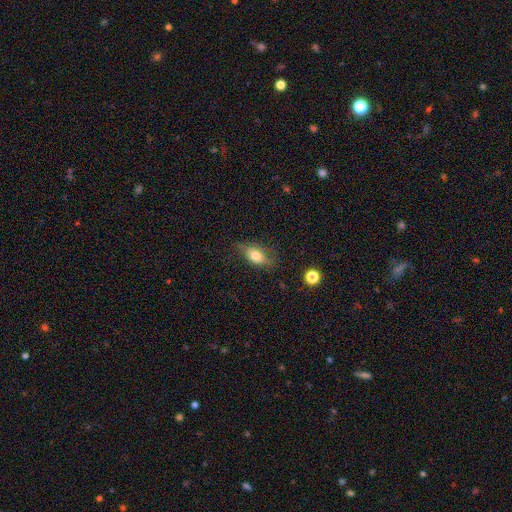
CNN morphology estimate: Overall: smooth (69%). How rounded: in between (81%). Merging: none (64%; minor disturbance 26%).